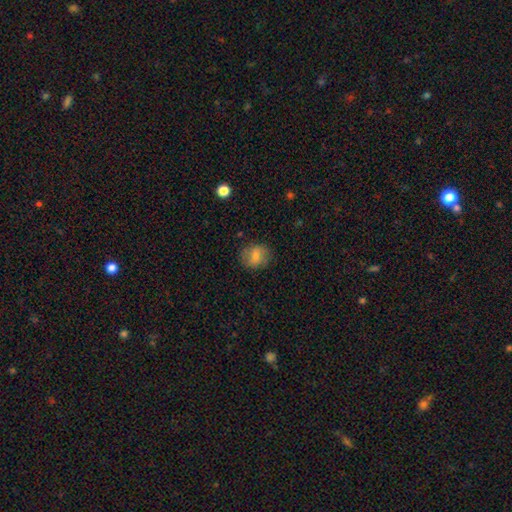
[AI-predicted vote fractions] Q: Smooth or featured?
A: smooth (70%); runner-up: featured or disk (20%)
Q: How rounded?
A: round (66%); runner-up: in between (32%)
Q: Merging?
A: none (83%); runner-up: minor disturbance (12%)